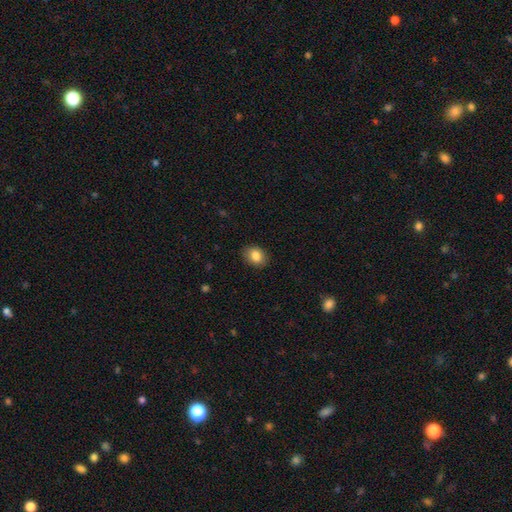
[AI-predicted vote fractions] A smooth galaxy with no disk features (86%) that is in between round and cigar-shaped (61%). Merging: none (87%).